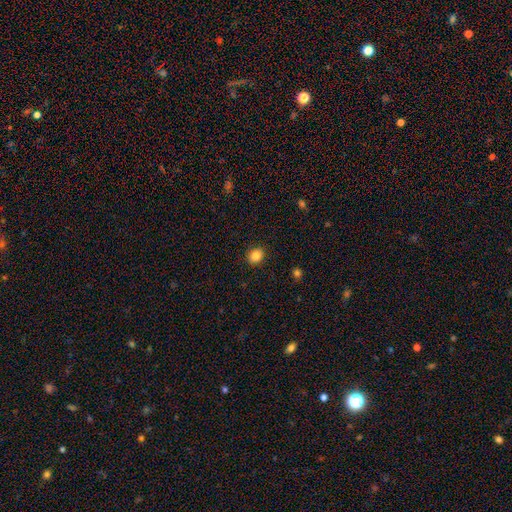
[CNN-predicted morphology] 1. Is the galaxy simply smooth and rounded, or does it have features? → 86% smooth, 10% star or artifact, 4% featured or disk.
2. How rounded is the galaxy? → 62% round, 38% in between, 1% cigar-shaped.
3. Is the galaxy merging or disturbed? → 90% none, 6% minor disturbance, 2% major disturbance, 1% merger.